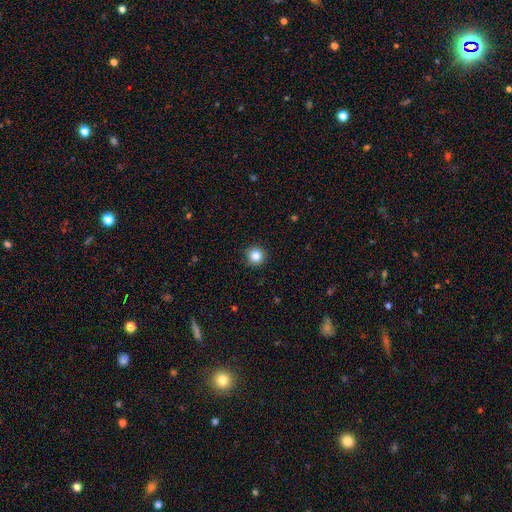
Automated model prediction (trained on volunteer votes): Overall: smooth (83%). How rounded: round (95%). Merging: none (92%).